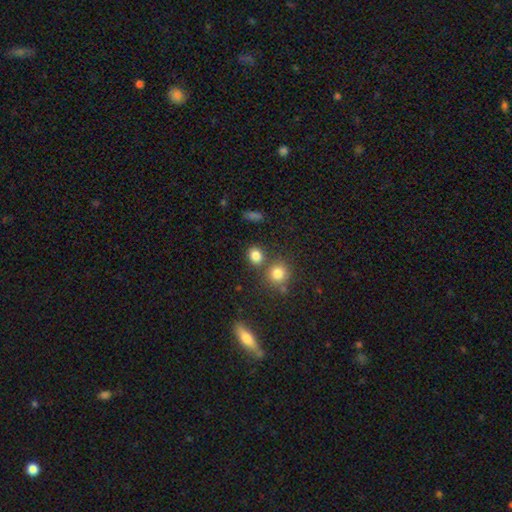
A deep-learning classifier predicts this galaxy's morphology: Smooth or featured?
  - smooth: 81% *
  - star or artifact: 13%
  - featured or disk: 6%
How rounded?
  - round: 69% *
  - in between: 30%
  - cigar-shaped: 1%
Merging?
  - none: 68% *
  - merger: 19%
  - minor disturbance: 9%
  - major disturbance: 4%